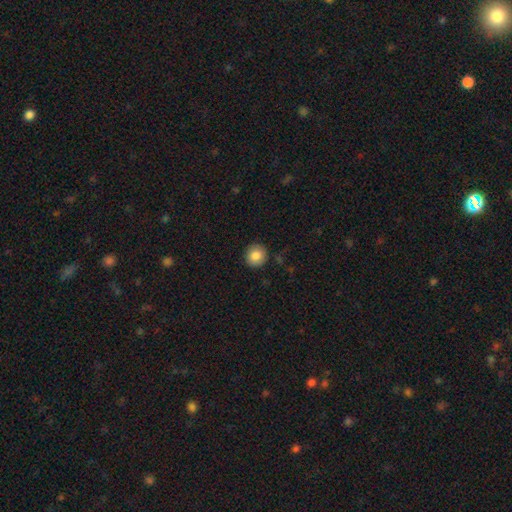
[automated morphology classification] This appears to be a smooth galaxy with no disk features (85%) that is round (88%). Merging: none (90%).